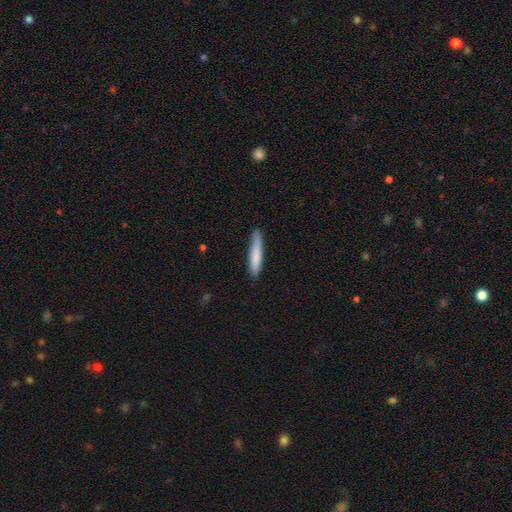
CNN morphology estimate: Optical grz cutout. It shows a smooth galaxy with no disk features (82%) that is cigar-shaped (90%). Merging: none (79%).